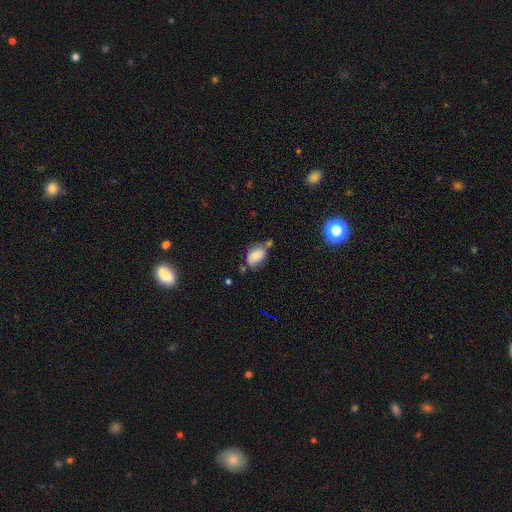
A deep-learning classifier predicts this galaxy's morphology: smooth-or-featured: smooth: 71% | featured or disk: 19% | star or artifact: 10%
  how-rounded: in between: 80% | round: 18% | cigar-shaped: 2%
  merging: none: 51% | minor disturbance: 27% | merger: 16% | major disturbance: 7%